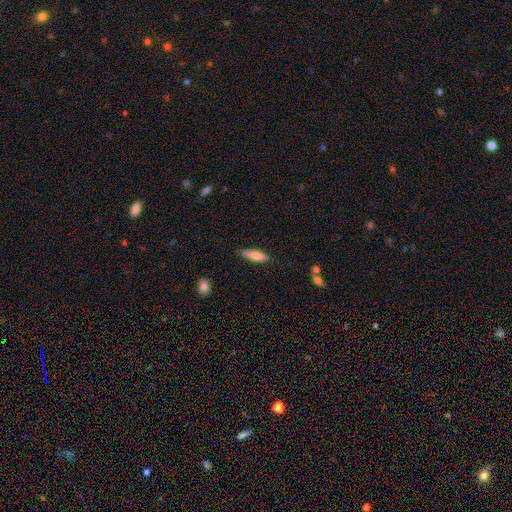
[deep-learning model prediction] Smooth or featured? Predicted: smooth (p=0.71). How rounded? Predicted: cigar-shaped (p=0.69). Merging? Predicted: none (p=0.83).